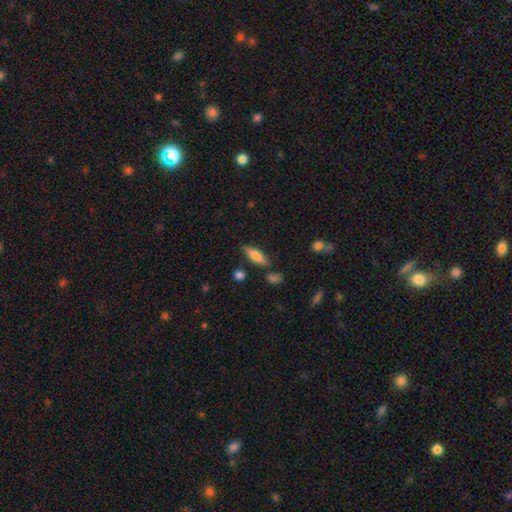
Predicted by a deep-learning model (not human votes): smooth-or-featured: smooth: 76% | featured or disk: 18% | star or artifact: 7%
  how-rounded: in between: 60% | cigar-shaped: 38% | round: 2%
  merging: none: 75% | minor disturbance: 15% | merger: 6% | major disturbance: 4%